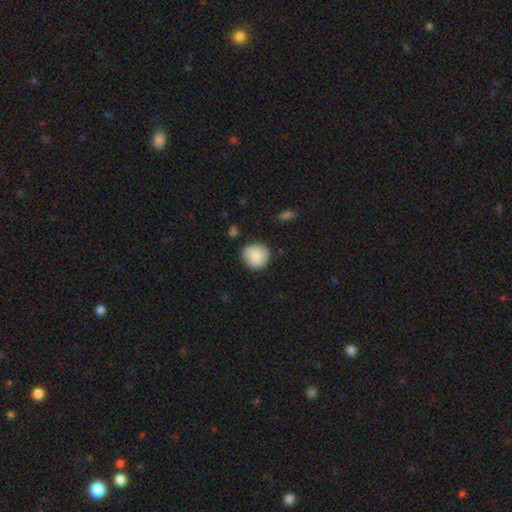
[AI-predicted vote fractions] This is clearly a smooth galaxy (86%). How rounded: clearly round (89%). Merging: clearly none (81%).